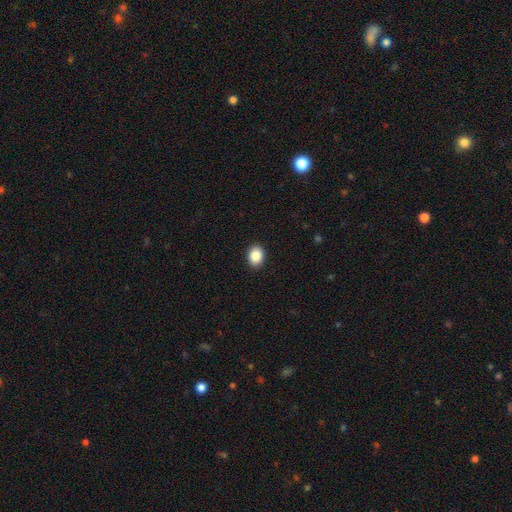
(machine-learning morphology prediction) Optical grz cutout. It shows a smooth galaxy with no disk features (88%) that is in between round and cigar-shaped (56%). Merging: none (91%).